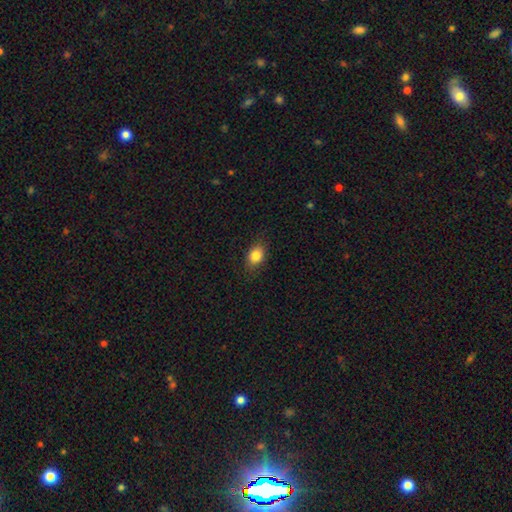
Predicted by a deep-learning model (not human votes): Overall: smooth (84%). How rounded: in between (72%). Merging: none (84%).